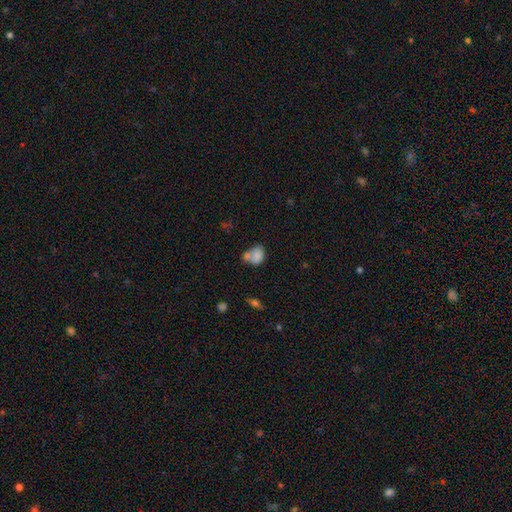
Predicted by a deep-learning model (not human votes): The model was most divided on "merging": merger: 45%, none: 30%, minor disturbance: 16%, major disturbance: 8%. More confident: smooth or featured — smooth (77%); how rounded — in between (63%).